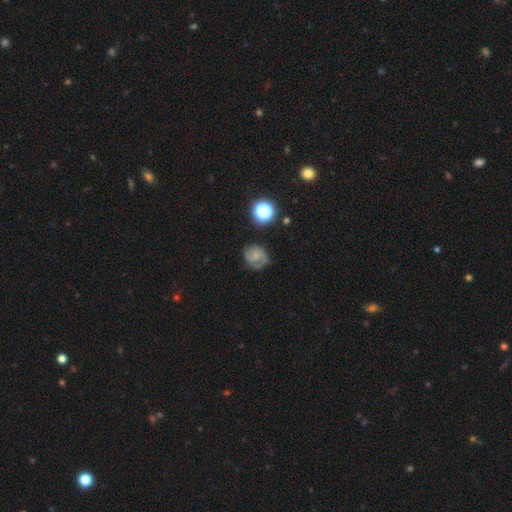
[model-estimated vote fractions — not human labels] Smooth or featured?
  - featured or disk: 50% *
  - smooth: 38%
  - star or artifact: 12%
Merging?
  - none: 63% *
  - minor disturbance: 24%
  - major disturbance: 12%
  - merger: 2%